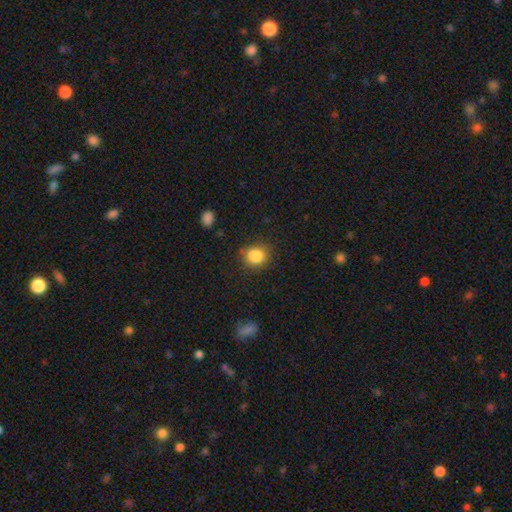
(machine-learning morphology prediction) The model was most divided on "how rounded": round: 74%, in between: 25%, cigar-shaped: 1%. More confident: smooth or featured — smooth (86%); merging — none (81%).